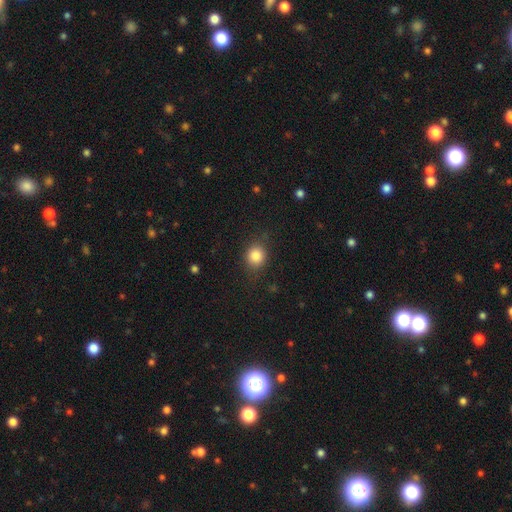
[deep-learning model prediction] A smooth galaxy with no disk features (84%) that is round (77%). Merging: none (78%).